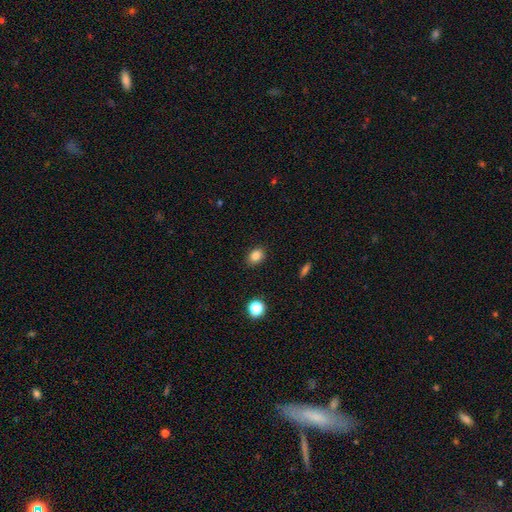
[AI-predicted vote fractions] Smooth or featured? smooth (84%)
How rounded? in between (59%)
Merging? none (88%)